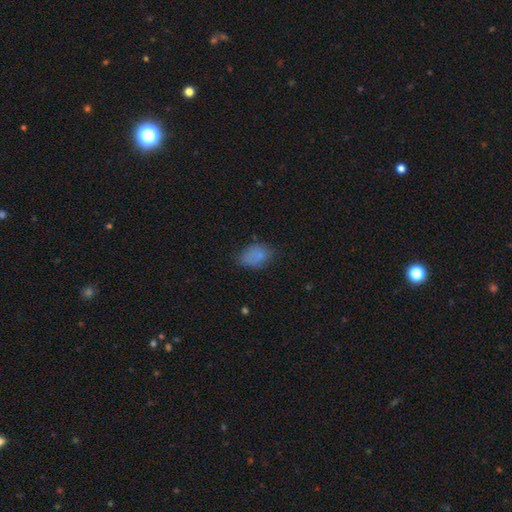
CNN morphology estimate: Overall: smooth (78%). How rounded: in between (84%). Merging: none (65%).